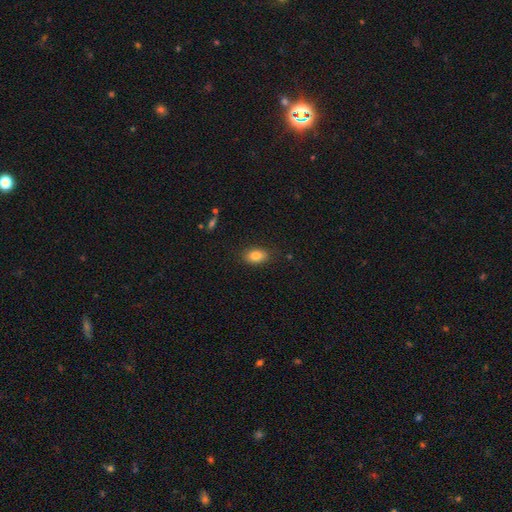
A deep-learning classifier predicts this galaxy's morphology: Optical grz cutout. It shows a smooth galaxy with no disk features (83%) that is in between round and cigar-shaped (87%). Merging: none (85%).